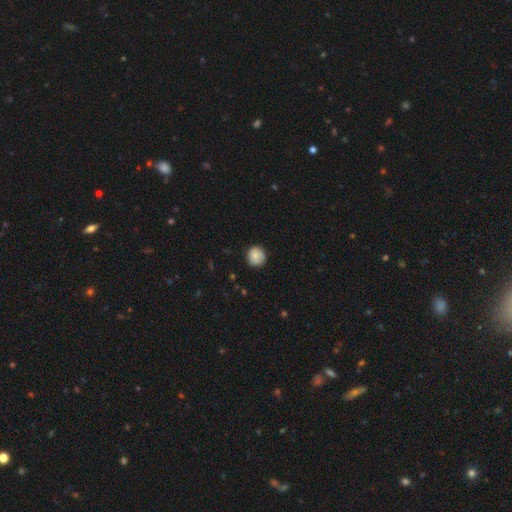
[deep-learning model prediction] This is likely a smooth galaxy (75%). How rounded: clearly round (88%). Merging: likely none (77%).